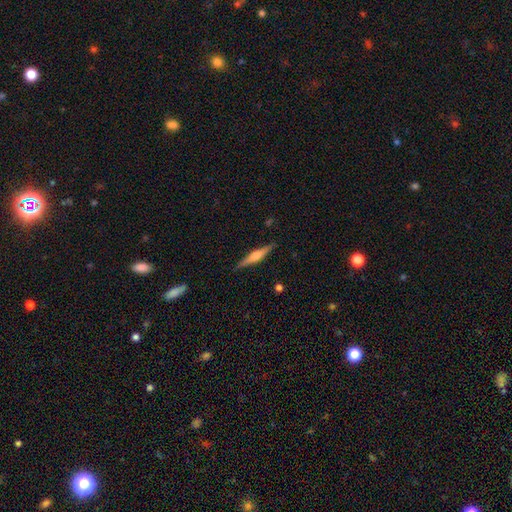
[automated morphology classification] Smooth or featured?
  - featured or disk: 65% *
  - smooth: 30%
  - star or artifact: 6%
Edge-on disk?
  - yes: 97% *
  - no: 3%
Edge-on bulge?
  - rounded: 73% *
  - boxy: 19%
  - none: 8%
Merging?
  - none: 89% *
  - minor disturbance: 8%
  - major disturbance: 2%
  - merger: 1%